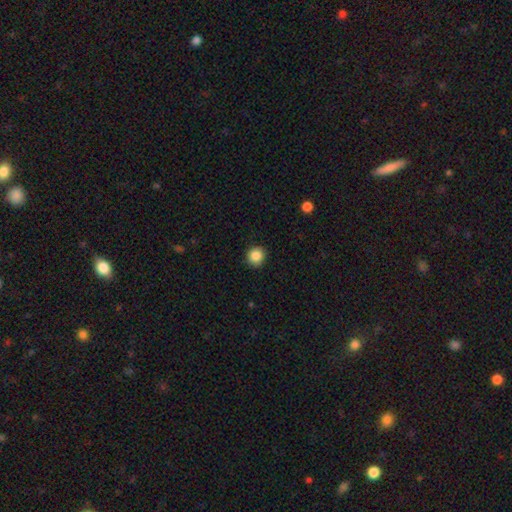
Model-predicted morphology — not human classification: smooth 87%, star or artifact 10%, featured or disk 4%. Down the decision tree: how rounded — round (91%); merging — none (91%).